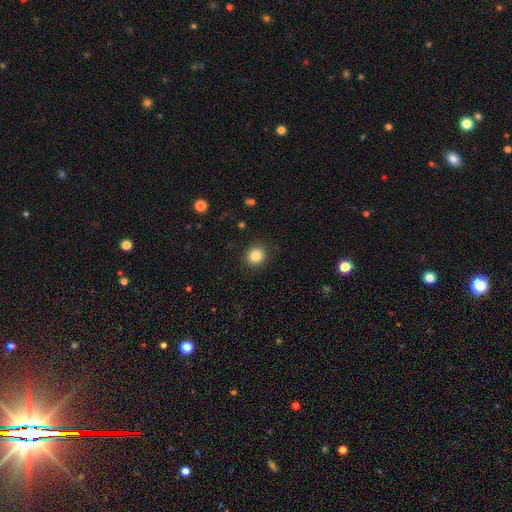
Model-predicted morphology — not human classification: smooth 84%, star or artifact 11%, featured or disk 5%. Down the decision tree: how rounded — round (83%); merging — none (90%).